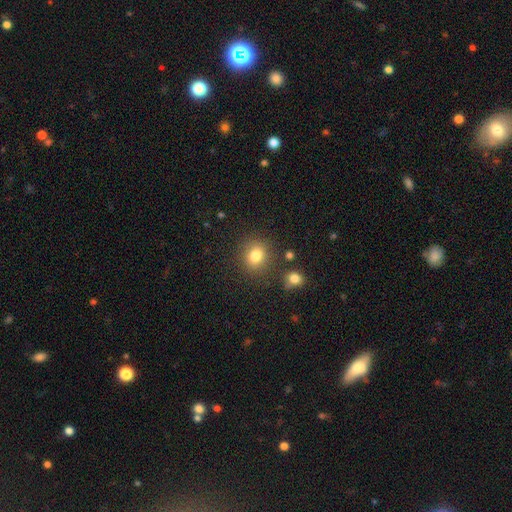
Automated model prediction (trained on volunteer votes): Q: Smooth or featured?
A: smooth (81%); runner-up: star or artifact (12%)
Q: How rounded?
A: round (75%); runner-up: in between (24%)
Q: Merging?
A: none (81%); runner-up: minor disturbance (10%)